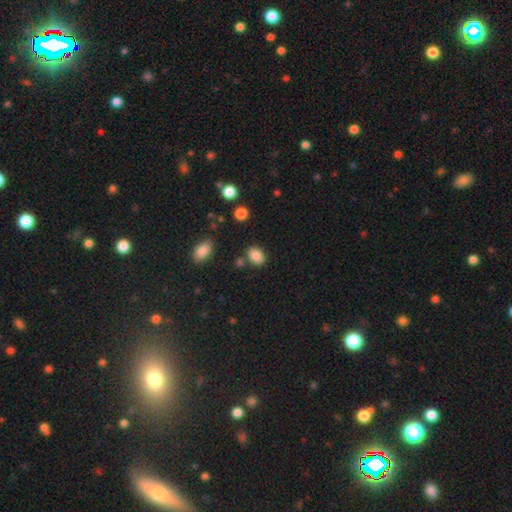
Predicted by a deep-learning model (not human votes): Overall: smooth (86%). How rounded: in between (78%). Merging: none (75%).